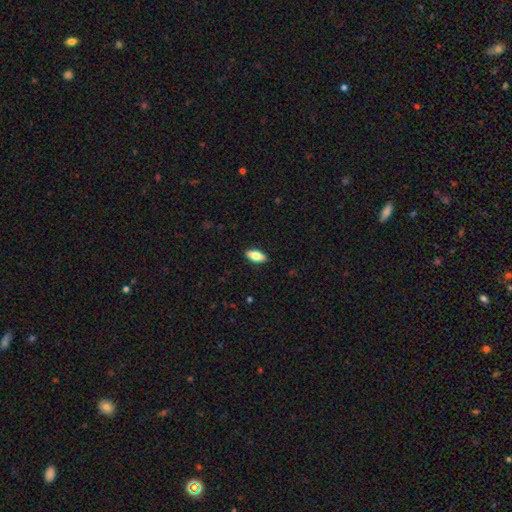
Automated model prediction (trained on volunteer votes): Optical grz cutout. It shows a smooth galaxy with no disk features (76%) that is in between round and cigar-shaped (87%). Merging: none (89%).